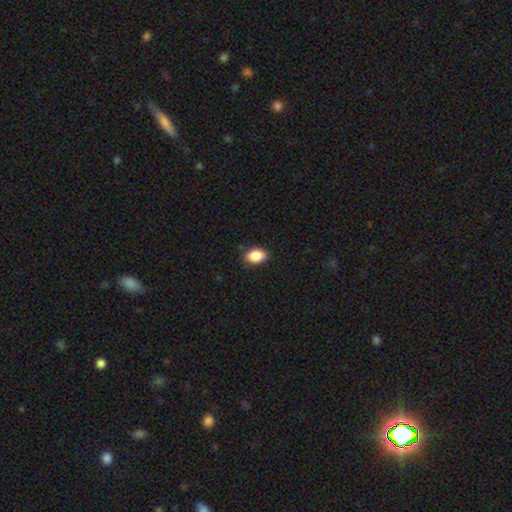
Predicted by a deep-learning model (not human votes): This is clearly a smooth galaxy (88%). How rounded: clearly in between (84%). Merging: clearly none (84%).